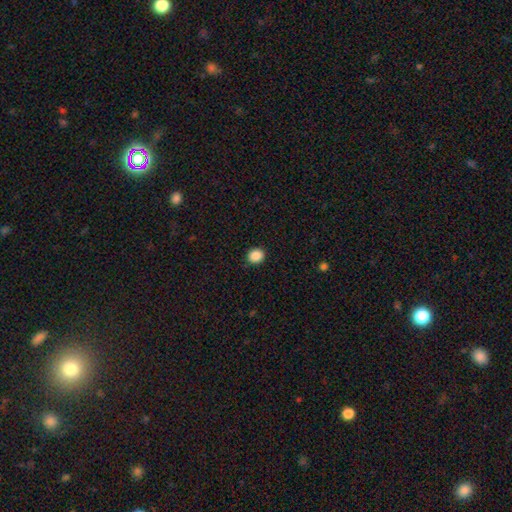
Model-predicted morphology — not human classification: Q: Smooth or featured?
A: smooth (88%); runner-up: star or artifact (10%)
Q: How rounded?
A: round (80%); runner-up: in between (19%)
Q: Merging?
A: none (91%); runner-up: minor disturbance (6%)